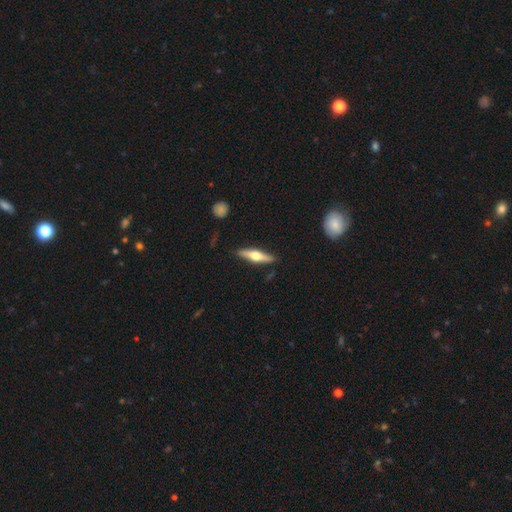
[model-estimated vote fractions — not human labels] This appears to be a featured or disk galaxy (63%) viewed edge-on (96%) with a rounded central bulge (95%). Merging: none (89%).